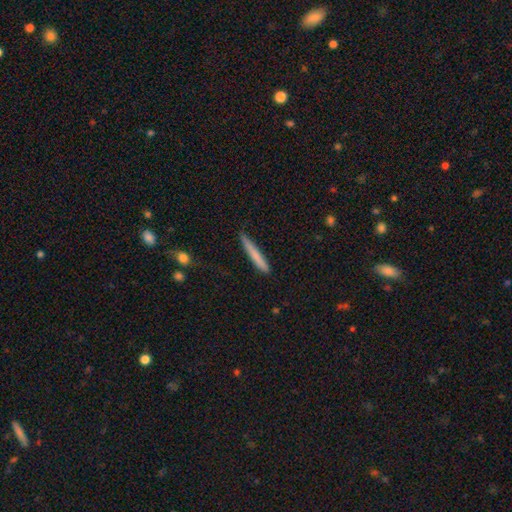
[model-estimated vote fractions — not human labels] Smooth or featured? Predicted: smooth (p=0.74). How rounded? Predicted: cigar-shaped (p=0.96). Merging? Predicted: none (p=0.84).